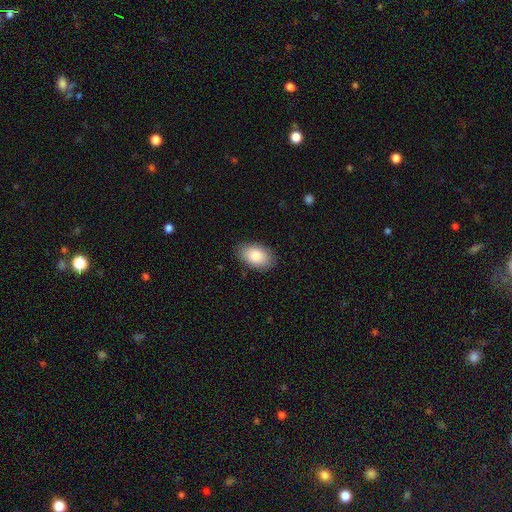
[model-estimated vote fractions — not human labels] Smooth or featured?
  - smooth: 86% *
  - featured or disk: 8%
  - star or artifact: 6%
How rounded?
  - in between: 93% *
  - round: 6%
  - cigar-shaped: 1%
Merging?
  - none: 86% *
  - minor disturbance: 11%
  - major disturbance: 2%
  - merger: 1%